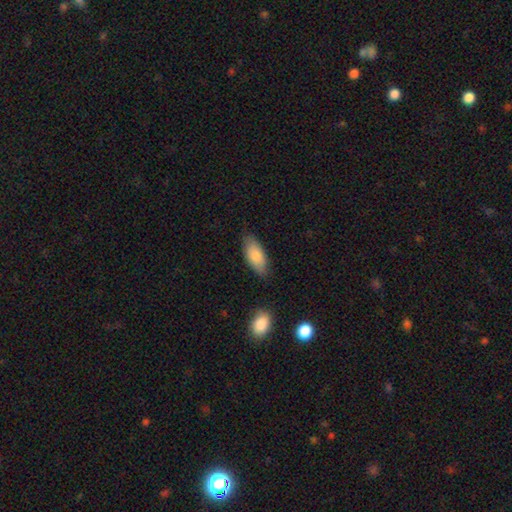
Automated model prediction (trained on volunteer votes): smooth 82%, featured or disk 12%, star or artifact 6%. Down the decision tree: how rounded — in between (86%); merging — none (78%).